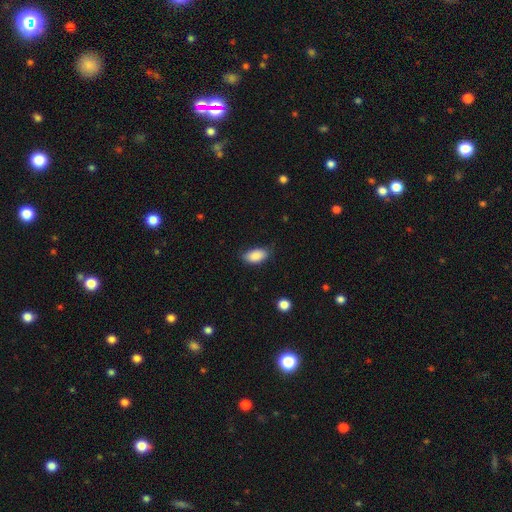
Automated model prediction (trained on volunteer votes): A smooth galaxy with no disk features (89%) that is in between round and cigar-shaped (93%). Merging: none (77%).